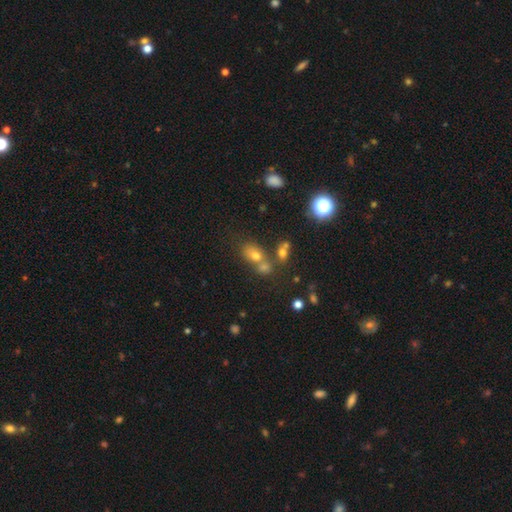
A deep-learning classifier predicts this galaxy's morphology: A smooth galaxy with no disk features (61%) that is in between round and cigar-shaped (63%). Merging: none (44%).